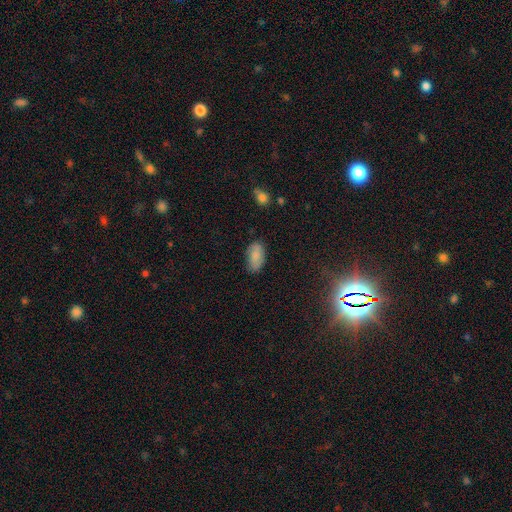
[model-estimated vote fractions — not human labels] Morphology: type=smooth (84%); roundness=in between (93%); merging=none (78%).